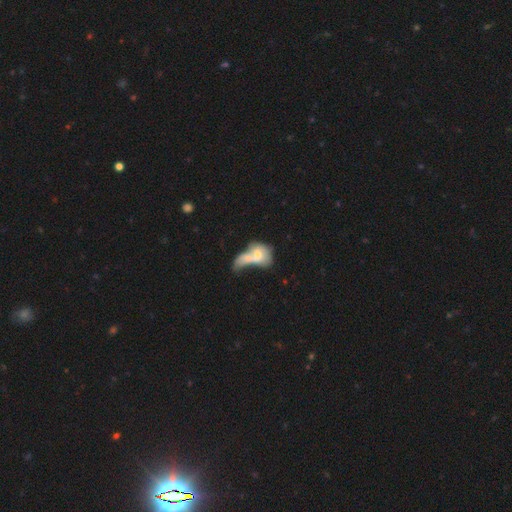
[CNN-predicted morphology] A smooth galaxy with no disk features (56%) that is in between round and cigar-shaped (73%). Merging: merger (68%).